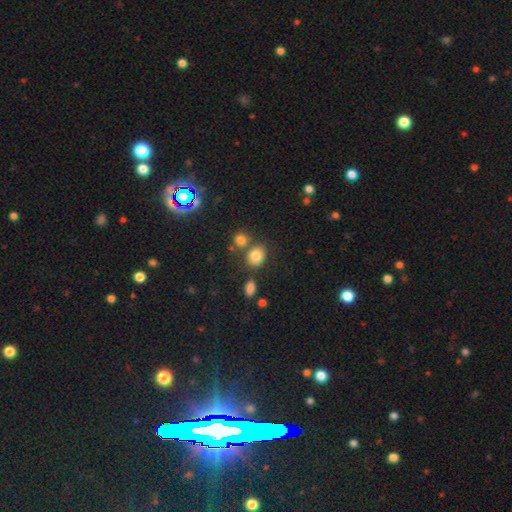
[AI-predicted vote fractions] smooth_or_featured: smooth (p=0.81) [alt: star or artifact p=0.11]
how_rounded: round (p=0.57) [alt: in between p=0.42]
merging: none (p=0.65) [alt: merger p=0.19]